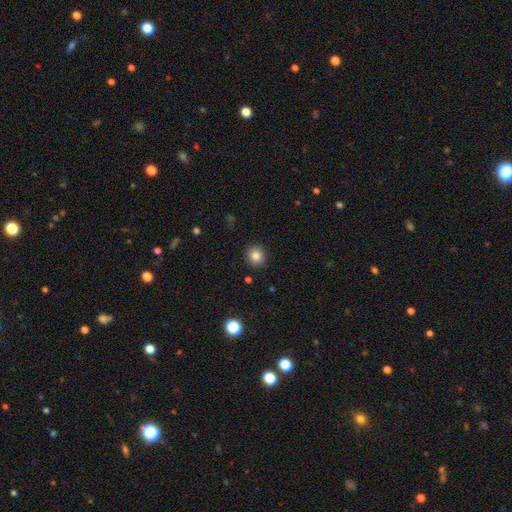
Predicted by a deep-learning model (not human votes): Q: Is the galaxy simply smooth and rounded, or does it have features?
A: smooth — 83%.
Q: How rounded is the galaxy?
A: round — 89%.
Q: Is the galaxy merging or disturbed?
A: none — 91%.